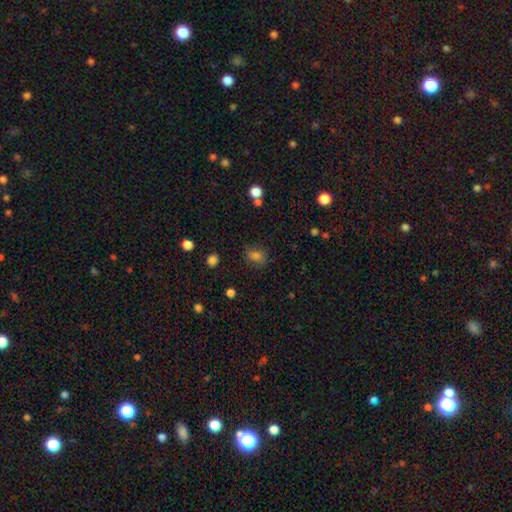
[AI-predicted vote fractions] Smooth or featured: smooth — 75% (star or artifact — 16%)
How rounded: in between — 58% (round — 40%)
Merging: none — 80% (minor disturbance — 13%)